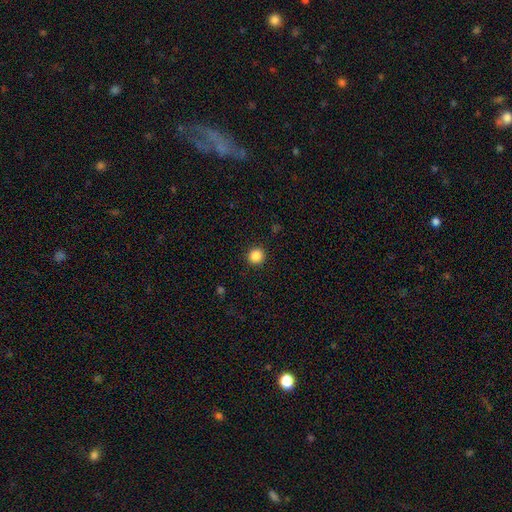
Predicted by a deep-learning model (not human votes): Overall: smooth (86%). How rounded: round (90%). Merging: none (92%).